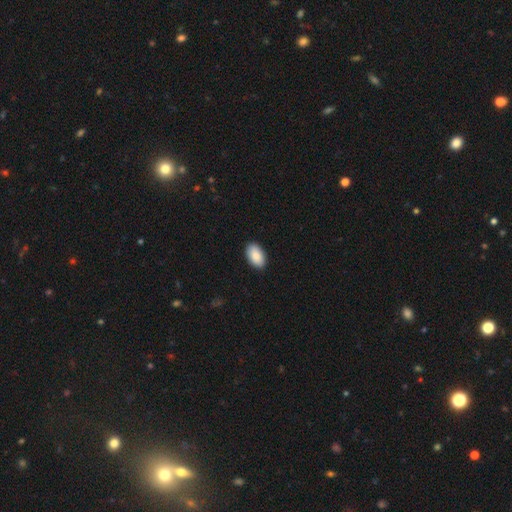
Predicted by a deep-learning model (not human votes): Smooth or featured? Predicted: smooth (p=0.90). How rounded? Predicted: in between (p=0.95). Merging? Predicted: none (p=0.90).